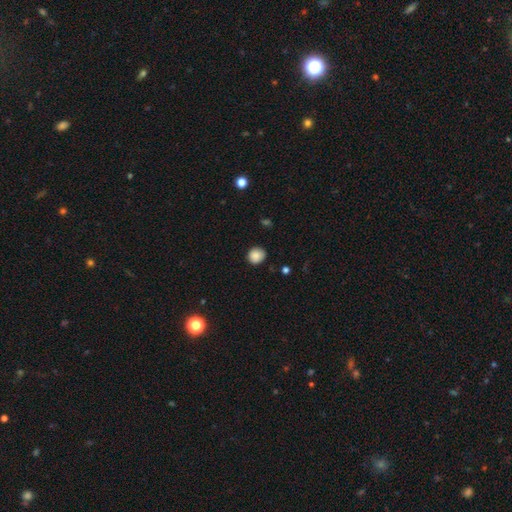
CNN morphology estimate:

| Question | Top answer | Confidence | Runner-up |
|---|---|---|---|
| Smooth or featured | smooth | 88% | star or artifact (9%) |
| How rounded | round | 85% | in between (14%) |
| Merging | none | 86% | minor disturbance (11%) |